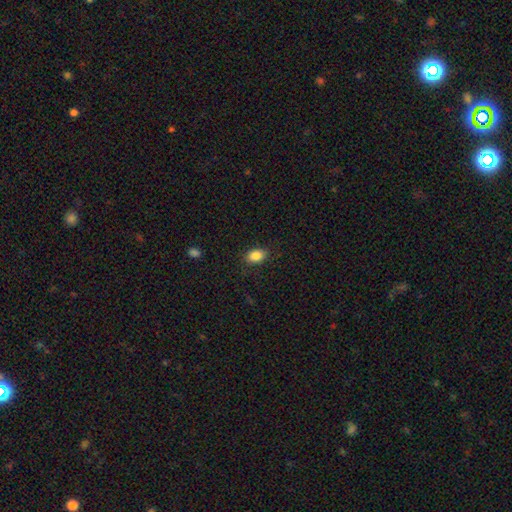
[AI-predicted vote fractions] This is clearly a smooth galaxy (86%). How rounded: clearly in between (81%). Merging: clearly none (85%).